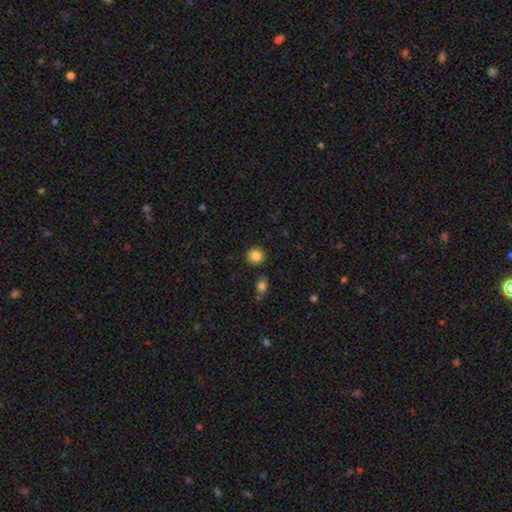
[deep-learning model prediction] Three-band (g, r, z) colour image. It shows a smooth galaxy with no disk features (85%) that is round (84%). Merging: none (87%).